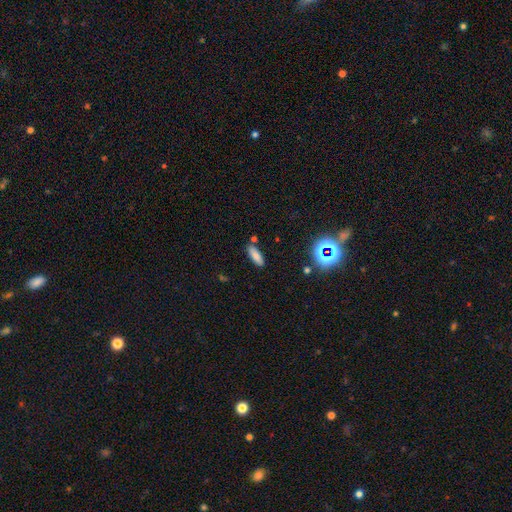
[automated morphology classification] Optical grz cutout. It shows a smooth galaxy with no disk features (79%) that is in between round and cigar-shaped (56%). Merging: none (81%).